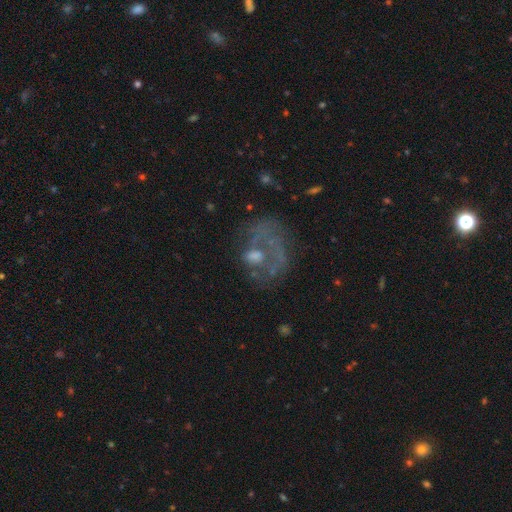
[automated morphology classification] smooth-or-featured: featured or disk: 60% | smooth: 25% | star or artifact: 14%
  disk-edge-on: no: 98% | yes: 2%
    bar: no: 85% | weak: 12% | strong: 3%
    has-spiral-arms: no: 67% | yes: 33%
    bulge-size: moderate: 41% | none: 27% | small: 23% | large: 7% | dominant: 2%
  merging: major disturbance: 40% | none: 35% | minor disturbance: 16% | merger: 9%